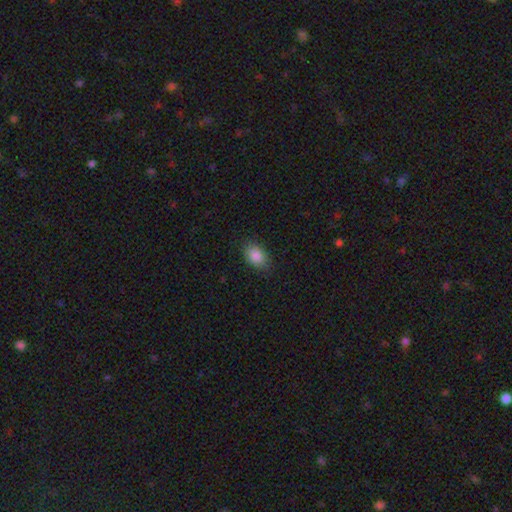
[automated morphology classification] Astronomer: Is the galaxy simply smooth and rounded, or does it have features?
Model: smooth — 87%.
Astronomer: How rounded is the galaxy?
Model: in between — 85%.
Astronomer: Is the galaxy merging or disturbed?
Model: none — 84%.